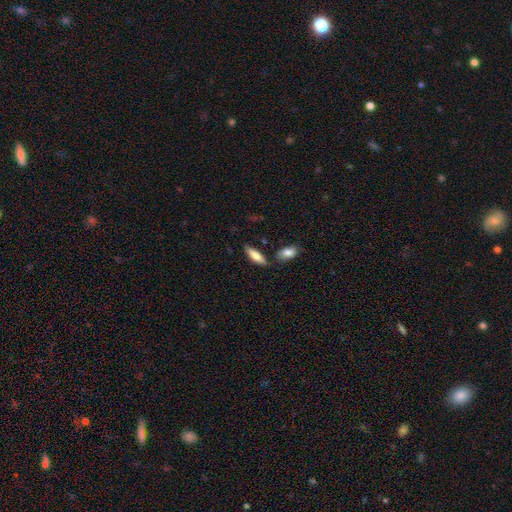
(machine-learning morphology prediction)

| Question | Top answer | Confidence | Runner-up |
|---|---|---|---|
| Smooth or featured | smooth | 78% | featured or disk (17%) |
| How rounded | in between | 51% | cigar-shaped (47%) |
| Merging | none | 76% | minor disturbance (13%) |